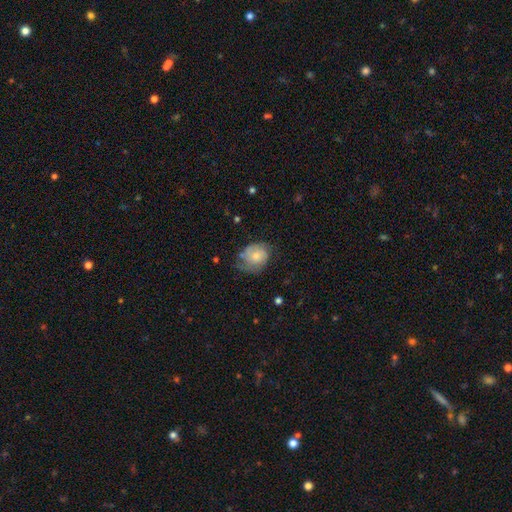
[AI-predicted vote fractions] Morphology: type=smooth (53%); roundness=round (57%); merging=none (47%).